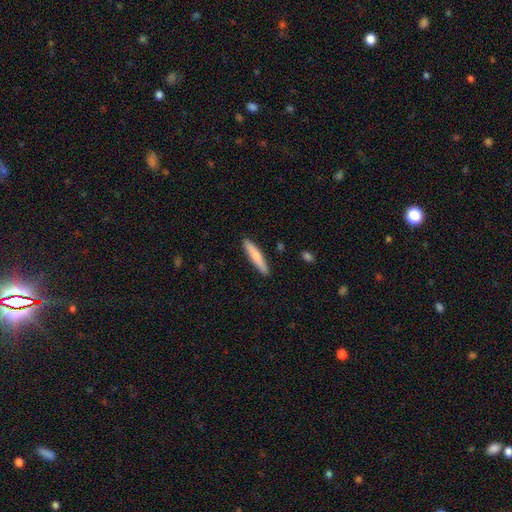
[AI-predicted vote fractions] Morphology: type=smooth (74%); roundness=cigar-shaped (91%); merging=none (89%).